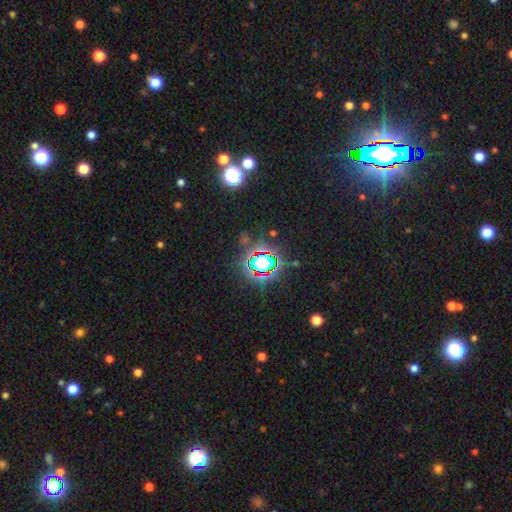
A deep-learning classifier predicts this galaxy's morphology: smooth-or-featured: star or artifact: 81% | smooth: 12% | featured or disk: 7%